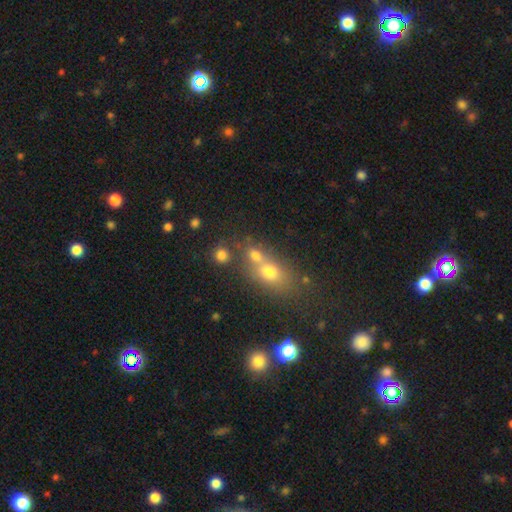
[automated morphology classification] The model was most divided on "how rounded": round: 49%, in between: 47%, cigar-shaped: 4%. More confident: smooth or featured — smooth (69%); merging — merger (51%).